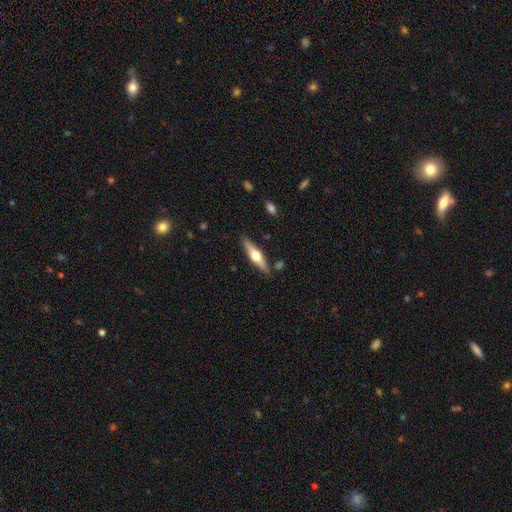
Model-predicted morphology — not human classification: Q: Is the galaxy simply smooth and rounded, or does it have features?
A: featured or disk — 62%.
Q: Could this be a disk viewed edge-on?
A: yes — 96%.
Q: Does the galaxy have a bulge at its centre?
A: rounded — 95%.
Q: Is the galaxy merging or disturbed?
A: none — 86%.